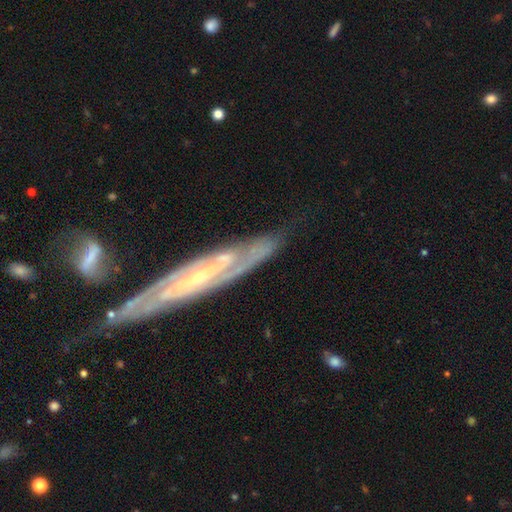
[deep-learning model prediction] A featured or disk galaxy (86%) with a weak bar (38%), 2 (55%) tight (57%) spiral arms (94%) and a small central bulge (75%). Merging: none (74%).